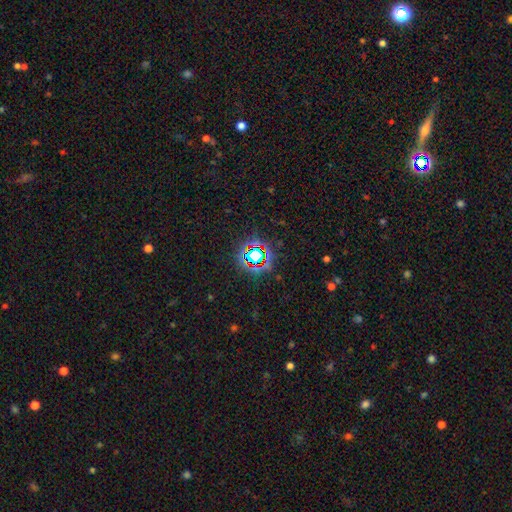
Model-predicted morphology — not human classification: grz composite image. It shows a star or artifact, not a galaxy (70%).